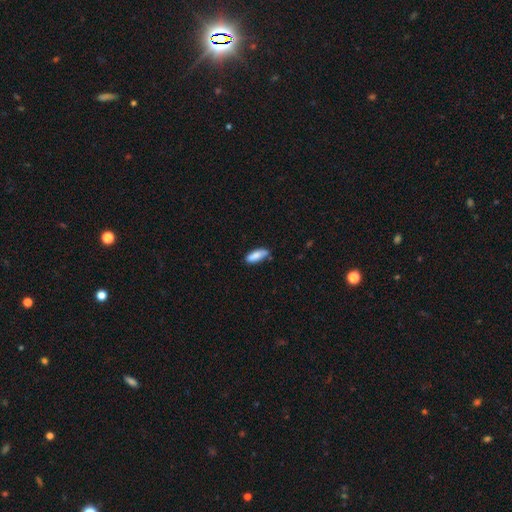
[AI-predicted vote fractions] smooth_or_featured: smooth (p=0.82) [alt: featured or disk p=0.11]
how_rounded: in between (p=0.66) [alt: cigar-shaped p=0.33]
merging: none (p=0.68) [alt: minor disturbance p=0.24]